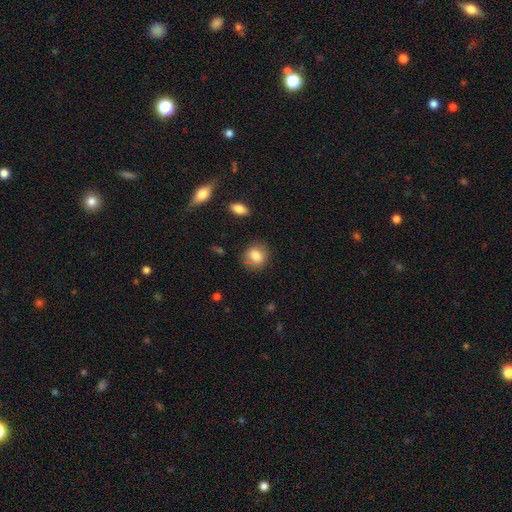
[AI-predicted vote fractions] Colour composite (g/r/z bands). It shows a smooth galaxy with no disk features (82%) that is round (72%). Merging: none (82%).